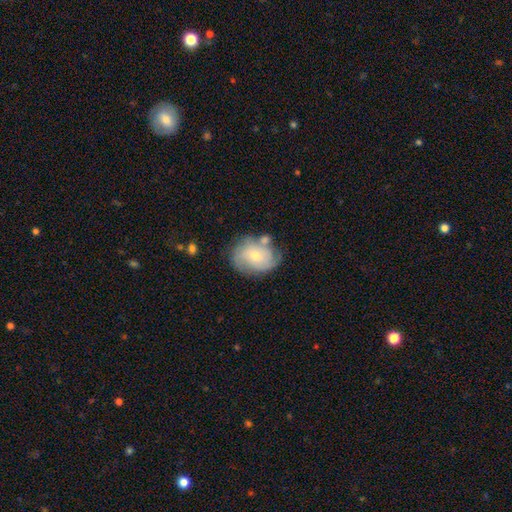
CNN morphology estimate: A featured or disk galaxy (51%).

Vote fractions:
- Smooth or featured? featured or disk: 51% / smooth: 41% / star or artifact: 8%
- Edge-on disk? no: 96% / yes: 4%
- Merging? none: 54% / minor disturbance: 23% / merger: 15% / major disturbance: 9%